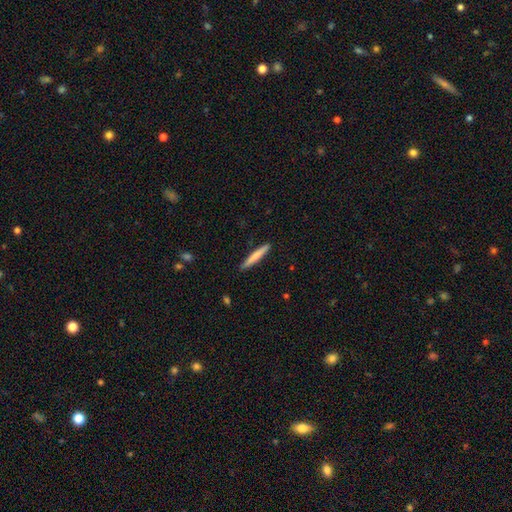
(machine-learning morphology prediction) Smooth or featured?
  - smooth: 72% *
  - featured or disk: 22%
  - star or artifact: 5%
How rounded?
  - cigar-shaped: 96% *
  - in between: 3%
  - round: 1%
Merging?
  - none: 91% *
  - minor disturbance: 7%
  - major disturbance: 1%
  - merger: 1%